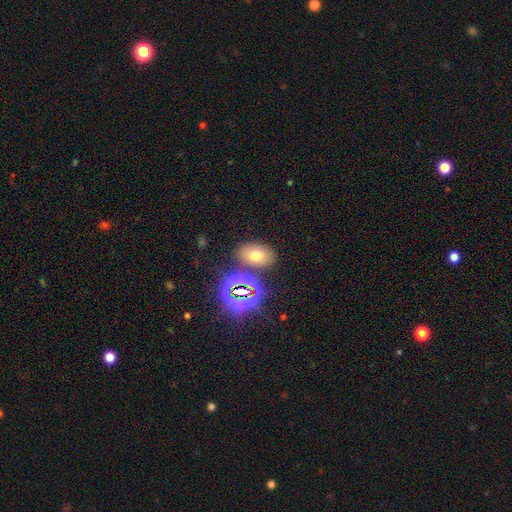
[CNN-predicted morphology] smooth-or-featured: smooth: 61% | star or artifact: 24% | featured or disk: 15%
  how-rounded: in between: 81% | round: 18% | cigar-shaped: 1%
  merging: none: 78% | minor disturbance: 11% | merger: 8% | major disturbance: 4%